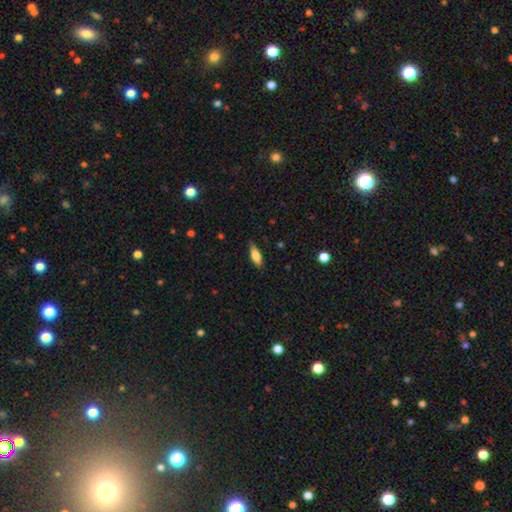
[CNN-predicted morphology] The model was most divided on "how rounded": in between: 64%, cigar-shaped: 34%, round: 2%. More confident: merging — none (79%); smooth or featured — smooth (78%).